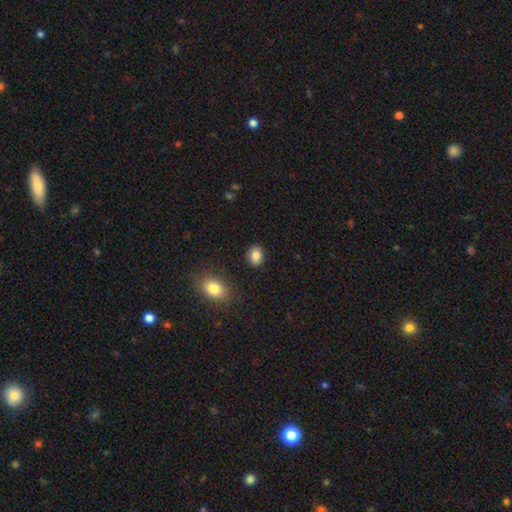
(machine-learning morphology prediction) Smooth or featured: smooth — 85% (star or artifact — 9%)
How rounded: in between — 65% (round — 34%)
Merging: none — 87% (minor disturbance — 8%)